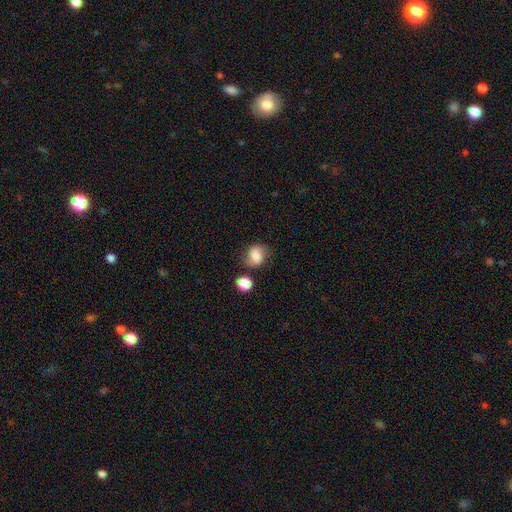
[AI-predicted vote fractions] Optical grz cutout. It shows a smooth galaxy with no disk features (74%) that is round (52%). Merging: none (63%).